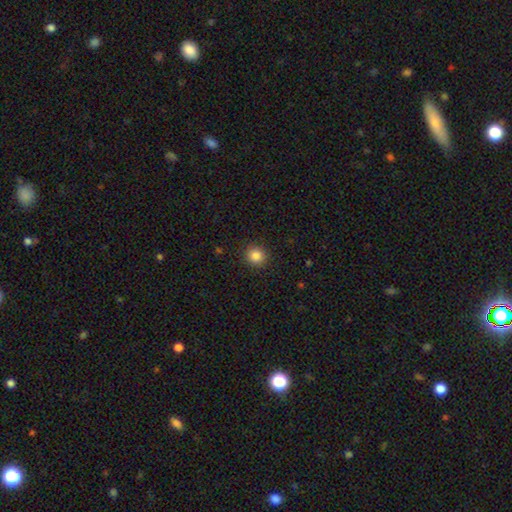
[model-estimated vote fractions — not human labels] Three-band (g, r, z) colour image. It shows a smooth galaxy with no disk features (85%) that is round (91%). Merging: none (92%).